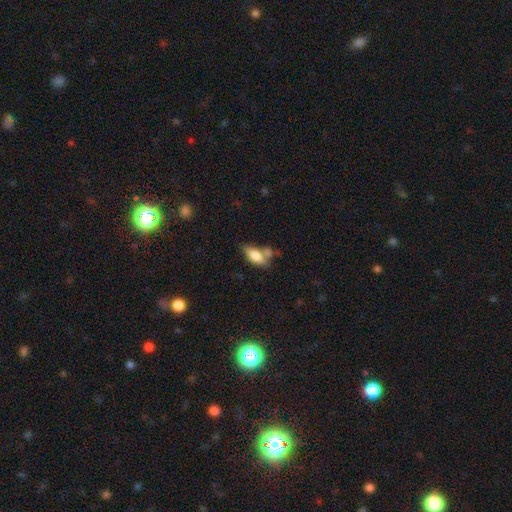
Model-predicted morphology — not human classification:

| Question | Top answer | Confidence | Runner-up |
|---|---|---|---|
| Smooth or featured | smooth | 71% | featured or disk (20%) |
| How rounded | in between | 81% | cigar-shaped (15%) |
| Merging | none | 42% | merger (28%) |